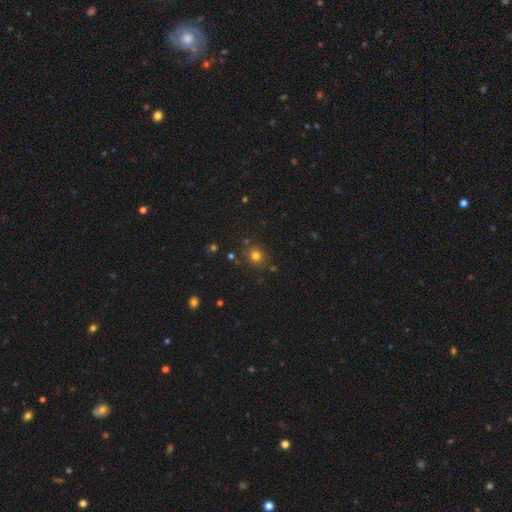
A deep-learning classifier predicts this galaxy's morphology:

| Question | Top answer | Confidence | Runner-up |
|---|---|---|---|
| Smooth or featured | smooth | 76% | star or artifact (18%) |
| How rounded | round | 75% | in between (24%) |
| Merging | none | 83% | minor disturbance (10%) |